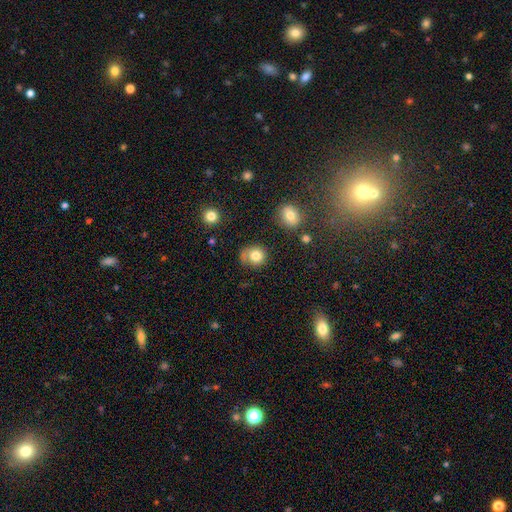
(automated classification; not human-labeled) This appears to be a smooth galaxy with no disk features (80%) that is round (82%). Merging: none (59%).